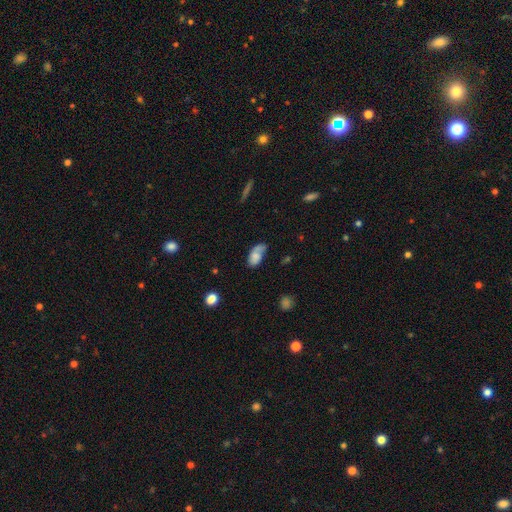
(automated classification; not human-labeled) Smooth or featured: smooth — 62% (featured or disk — 29%)
How rounded: in between — 91% (round — 6%)
Merging: none — 41% (minor disturbance — 30%)